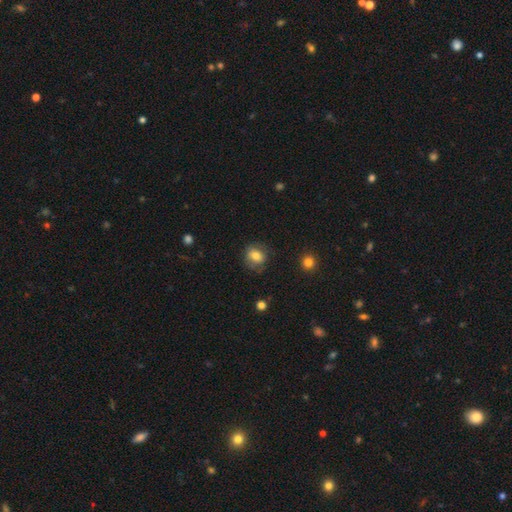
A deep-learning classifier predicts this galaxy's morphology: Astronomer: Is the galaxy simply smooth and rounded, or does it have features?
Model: smooth — 76%.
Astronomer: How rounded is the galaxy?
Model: round — 61% (runner-up: in between, 38%).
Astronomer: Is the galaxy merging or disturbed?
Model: none — 72%.